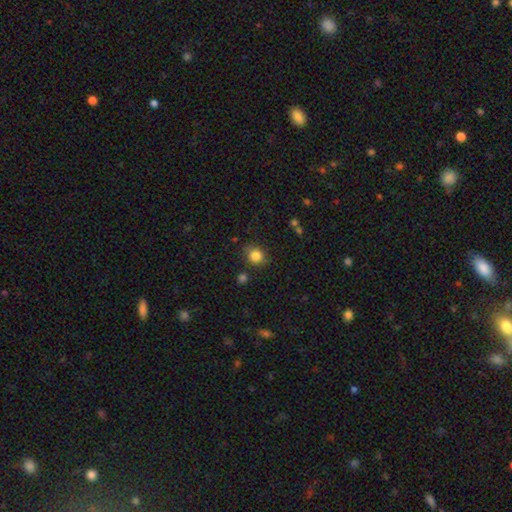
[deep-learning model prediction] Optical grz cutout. It shows a smooth galaxy with no disk features (83%) that is round (73%). Merging: none (80%).